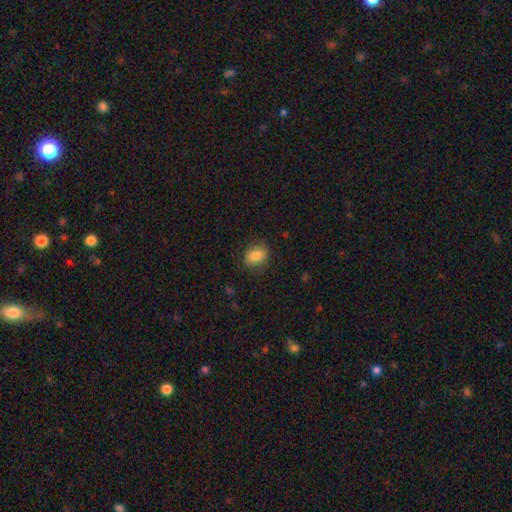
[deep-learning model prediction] Smooth or featured? smooth (80%)
How rounded? in between (62%)
Merging? none (80%)